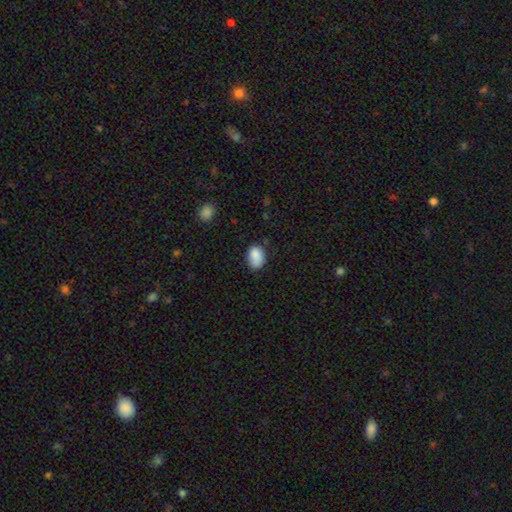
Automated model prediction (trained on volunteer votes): Morphology: type=smooth (85%); roundness=in between (78%); merging=none (59%).